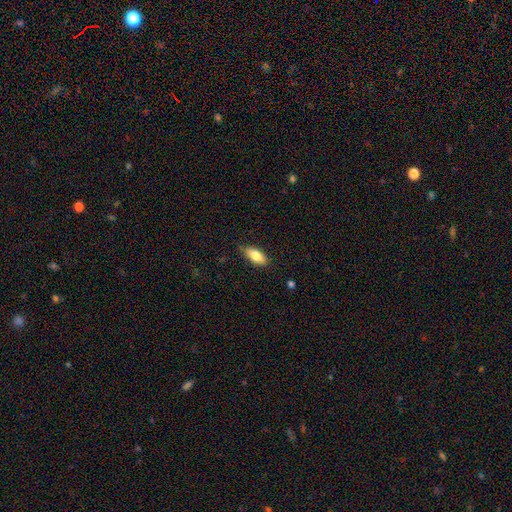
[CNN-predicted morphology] A smooth galaxy with no disk features (80%) that is in between round and cigar-shaped (86%).

Vote fractions:
- Smooth or featured? smooth: 80% / featured or disk: 14% / star or artifact: 7%
- How rounded? in between: 86% / cigar-shaped: 11% / round: 3%
- Merging? none: 78% / minor disturbance: 18% / major disturbance: 3% / merger: 1%